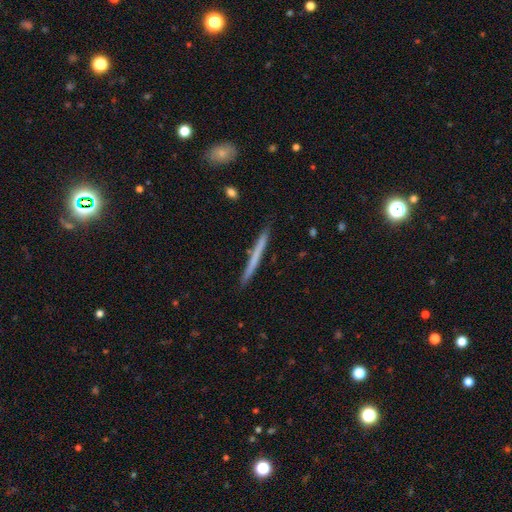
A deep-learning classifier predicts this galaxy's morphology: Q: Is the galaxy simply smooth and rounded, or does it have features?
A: smooth — 53%.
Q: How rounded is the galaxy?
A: cigar-shaped — 97%.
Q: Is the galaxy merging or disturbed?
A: none — 90%.